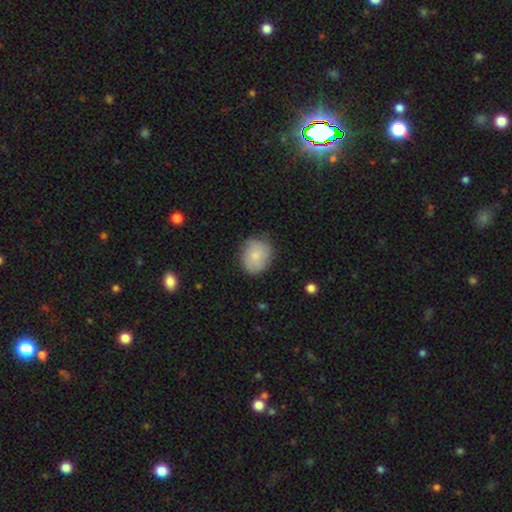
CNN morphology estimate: Smooth or featured: smooth — 77% (featured or disk — 15%)
How rounded: round — 57% (in between — 42%)
Merging: none — 79% (minor disturbance — 16%)